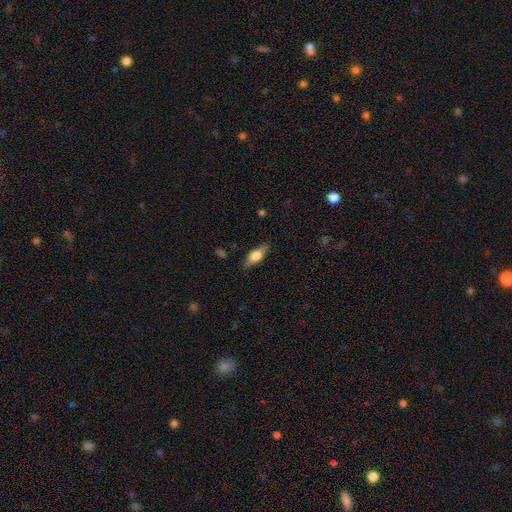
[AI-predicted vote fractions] The model was most divided on "smooth or featured": smooth: 48%, featured or disk: 46%, star or artifact: 7%. More confident: merging — none (84%).